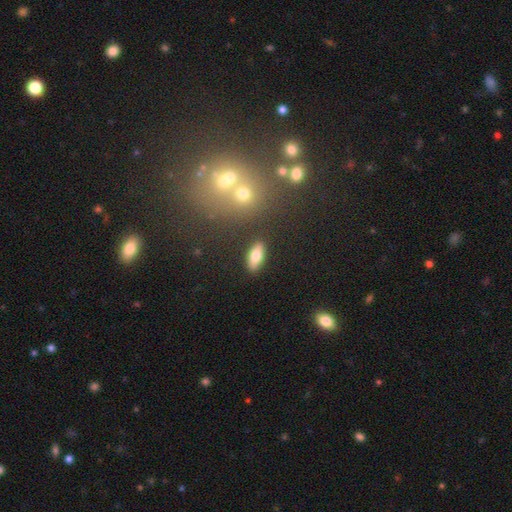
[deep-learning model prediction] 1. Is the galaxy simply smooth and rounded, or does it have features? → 76% smooth, 17% featured or disk, 8% star or artifact.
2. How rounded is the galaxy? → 83% in between, 14% cigar-shaped, 3% round.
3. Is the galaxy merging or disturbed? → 88% none, 8% minor disturbance, 2% major disturbance, 2% merger.